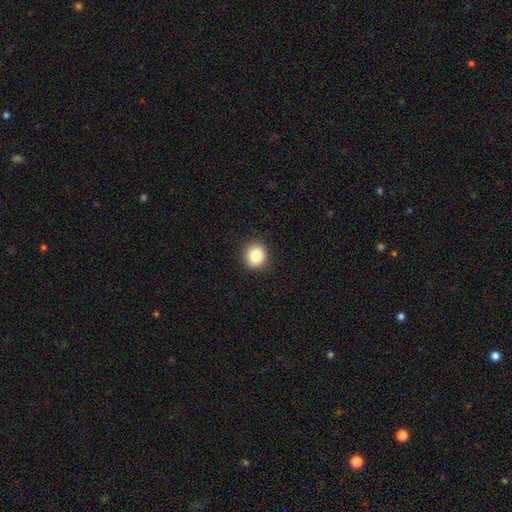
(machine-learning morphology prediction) This is clearly a smooth galaxy (85%). How rounded: likely round (79%). Merging: clearly none (90%).